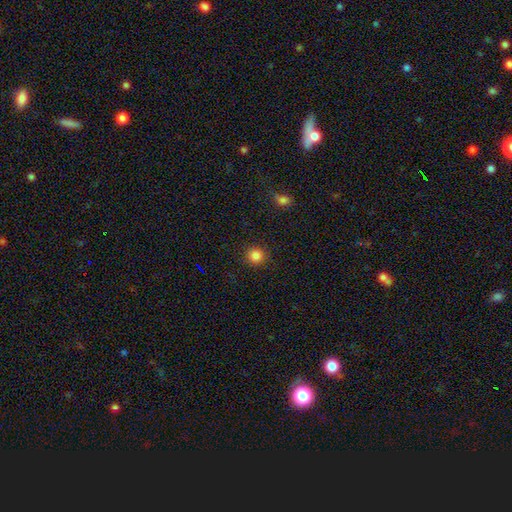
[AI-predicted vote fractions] smooth_or_featured: smooth (p=0.84) [alt: star or artifact p=0.12]
how_rounded: round (p=0.93) [alt: in between p=0.06]
merging: none (p=0.91) [alt: minor disturbance p=0.06]